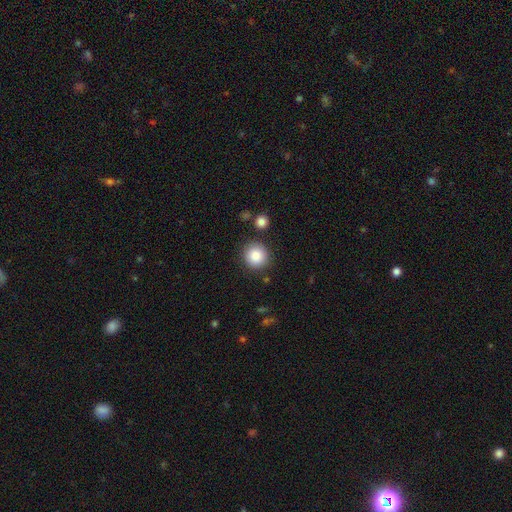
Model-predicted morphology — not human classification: Smooth or featured?
  - smooth: 86% *
  - star or artifact: 9%
  - featured or disk: 5%
How rounded?
  - round: 93% *
  - in between: 6%
  - cigar-shaped: 1%
Merging?
  - none: 85% *
  - minor disturbance: 8%
  - merger: 4%
  - major disturbance: 3%